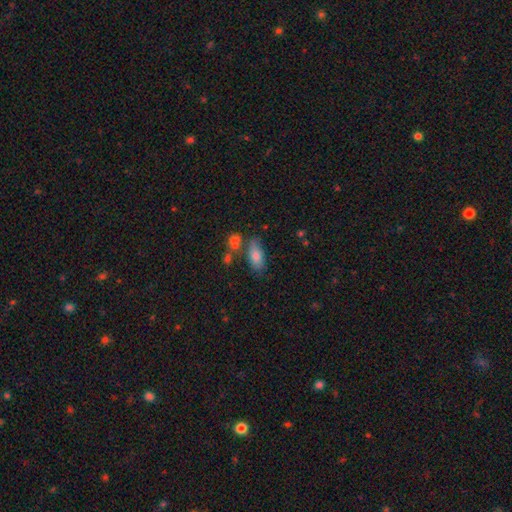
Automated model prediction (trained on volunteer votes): Smooth or featured? smooth (77%)
How rounded? in between (83%)
Merging? none (57%)